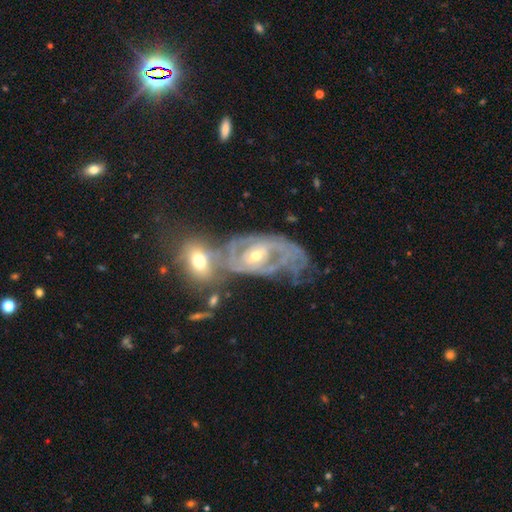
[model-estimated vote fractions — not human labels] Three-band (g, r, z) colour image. It shows a featured or disk galaxy (84%) with no bar (53%), tight (57%) spiral arms (89%) and a moderate central bulge (48%, tied with small). Merging: merger (41%).